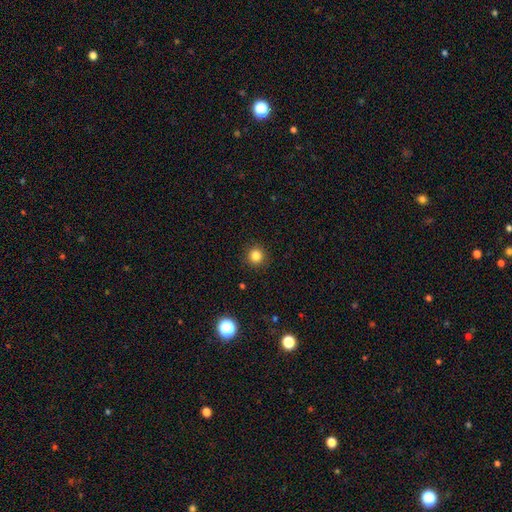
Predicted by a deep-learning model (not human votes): This is clearly a smooth galaxy (83%). How rounded: clearly round (94%). Merging: clearly none (91%).